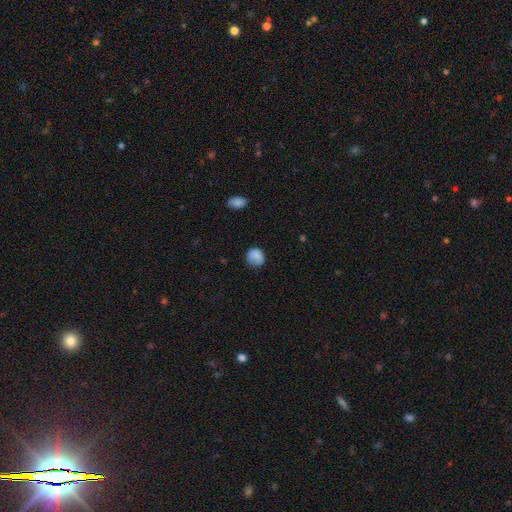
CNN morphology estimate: This appears to be a smooth galaxy with no disk features (83%) that is round (74%). Merging: none (66%).